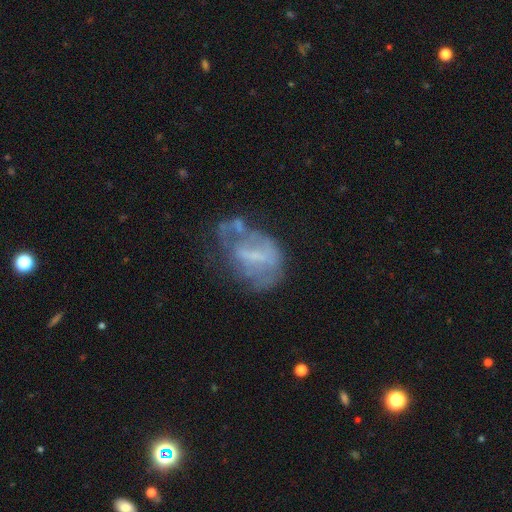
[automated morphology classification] Smooth or featured? featured or disk (61%)
Edge-on disk? no (96%)
Bar? weak (43%)
Spiral arms? no (64%)
Bulge size? none (40%)
Merging? none (34%)